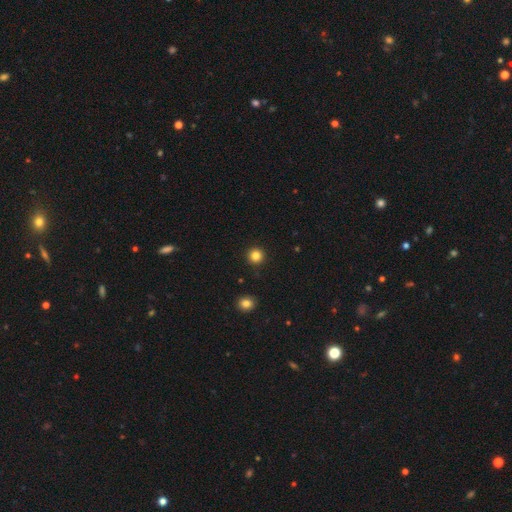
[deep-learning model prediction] The model was most divided on "smooth or featured": smooth: 84%, star or artifact: 12%, featured or disk: 4%. More confident: how rounded — round (95%); merging — none (93%).